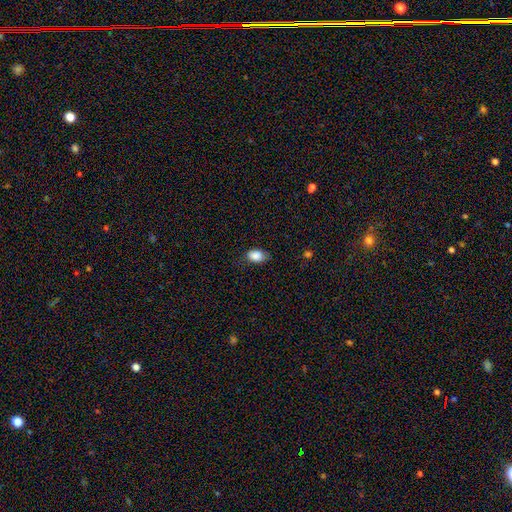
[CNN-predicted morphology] Smooth or featured?
  - smooth: 87% *
  - star or artifact: 8%
  - featured or disk: 5%
How rounded?
  - in between: 87% *
  - round: 12%
  - cigar-shaped: 1%
Merging?
  - none: 68% *
  - minor disturbance: 25%
  - major disturbance: 6%
  - merger: 1%